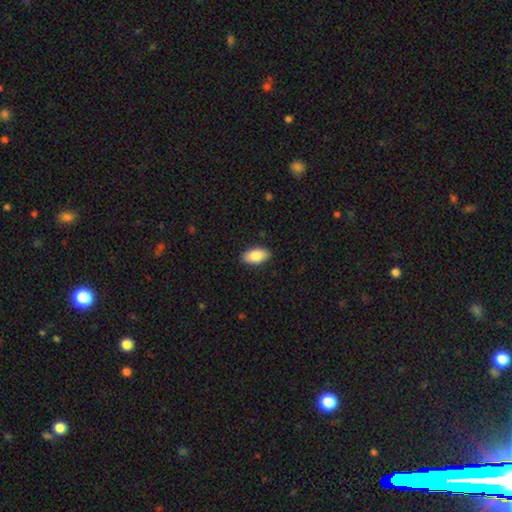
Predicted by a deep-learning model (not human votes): Smooth or featured? Predicted: smooth (p=0.86). How rounded? Predicted: in between (p=0.94). Merging? Predicted: none (p=0.88).